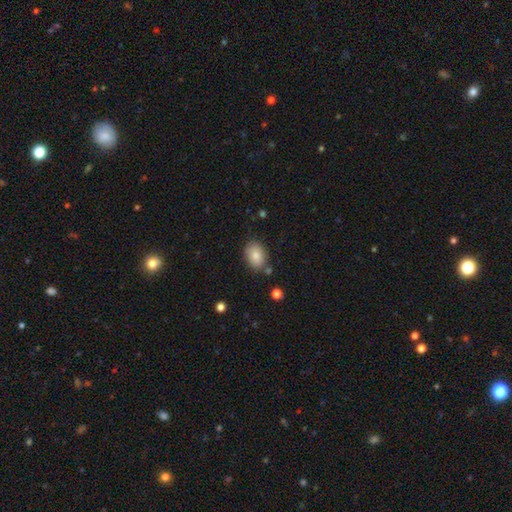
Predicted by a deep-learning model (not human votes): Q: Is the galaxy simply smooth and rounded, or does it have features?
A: smooth — 83%.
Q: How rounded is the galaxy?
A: in between — 80%.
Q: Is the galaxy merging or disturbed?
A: none — 78%.